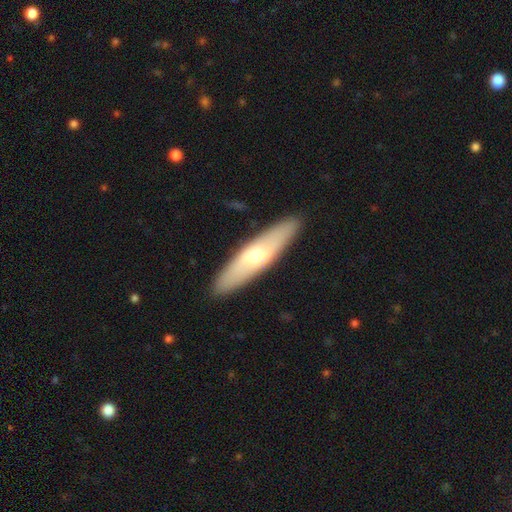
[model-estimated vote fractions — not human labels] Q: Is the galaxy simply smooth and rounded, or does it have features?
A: smooth — 49%.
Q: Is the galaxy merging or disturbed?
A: none — 90%.